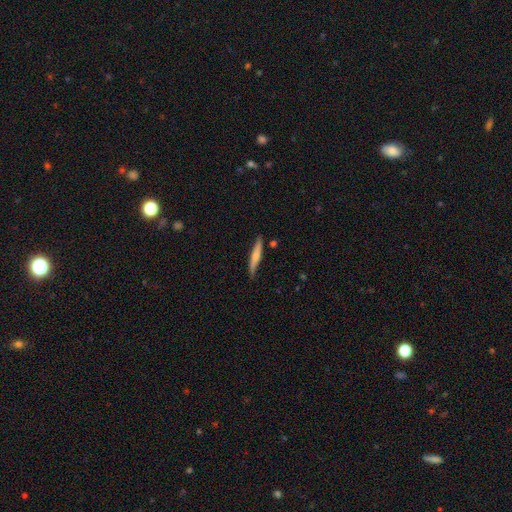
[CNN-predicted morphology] Smooth or featured? Predicted: smooth (p=0.58). How rounded? Predicted: cigar-shaped (p=0.92). Merging? Predicted: none (p=0.80).